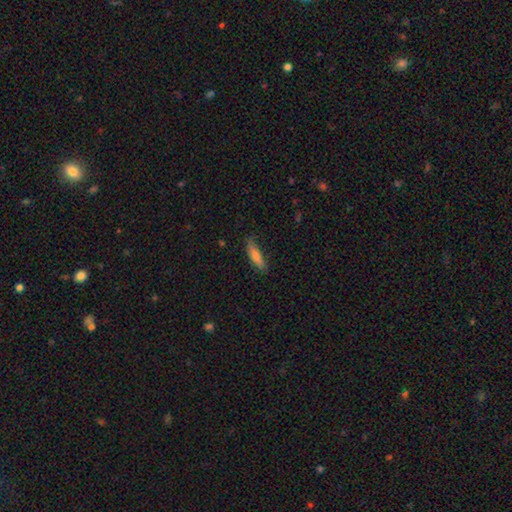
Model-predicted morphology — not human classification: Overall: smooth (74%). How rounded: cigar-shaped (74%). Merging: none (77%).